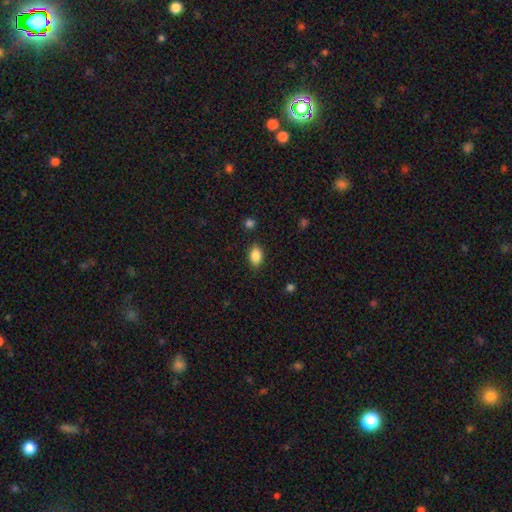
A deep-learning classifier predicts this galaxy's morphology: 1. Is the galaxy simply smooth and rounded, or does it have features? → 85% smooth, 8% star or artifact, 6% featured or disk.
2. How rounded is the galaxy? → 85% in between, 13% round, 2% cigar-shaped.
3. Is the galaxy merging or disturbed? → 84% none, 12% minor disturbance, 3% major disturbance, 2% merger.